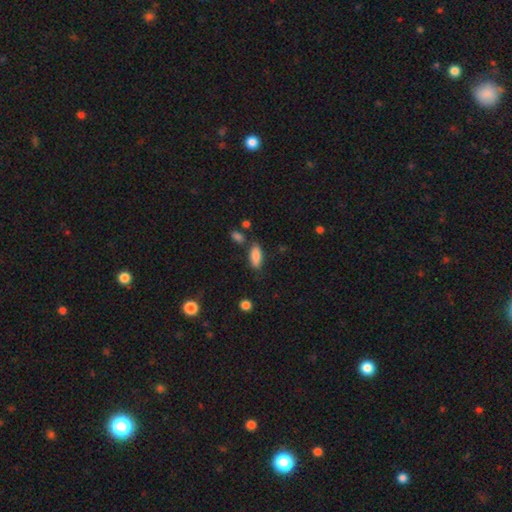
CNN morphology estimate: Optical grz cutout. It shows a smooth galaxy with no disk features (85%) that is in between round and cigar-shaped (81%). Merging: none (74%).